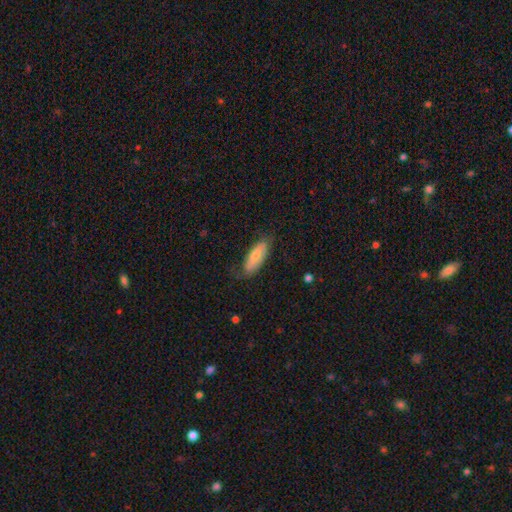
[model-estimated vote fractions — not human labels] Smooth or featured? Predicted: smooth (p=0.68). How rounded? Predicted: in between (p=0.74). Merging? Predicted: none (p=0.69).